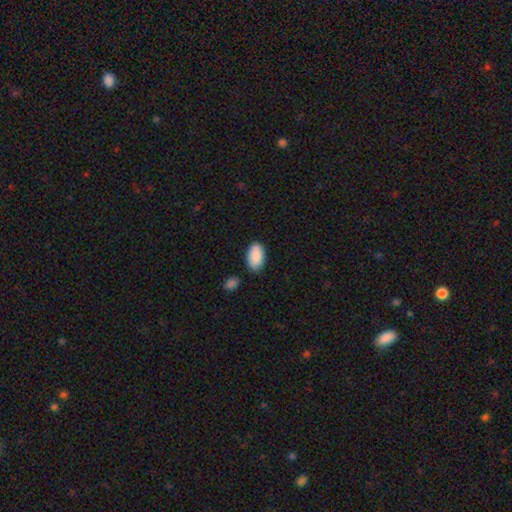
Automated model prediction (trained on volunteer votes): smooth_or_featured: smooth (p=0.91) [alt: star or artifact p=0.06]
how_rounded: in between (p=0.95) [alt: round p=0.03]
merging: none (p=0.83) [alt: minor disturbance p=0.12]